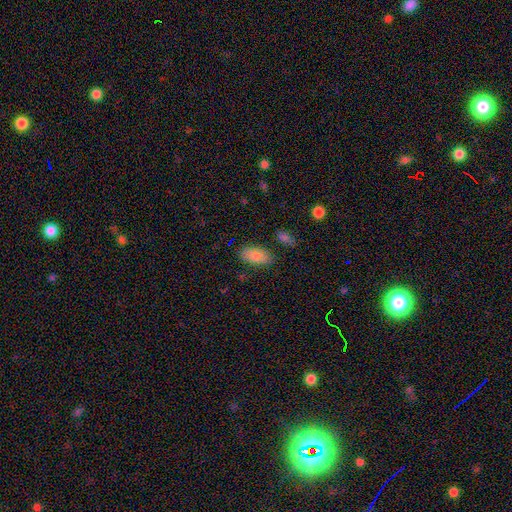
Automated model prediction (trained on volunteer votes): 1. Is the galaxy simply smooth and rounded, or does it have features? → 85% smooth, 8% featured or disk, 7% star or artifact.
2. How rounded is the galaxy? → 93% in between, 4% cigar-shaped, 3% round.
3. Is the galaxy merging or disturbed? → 82% none, 12% minor disturbance, 3% major disturbance, 3% merger.